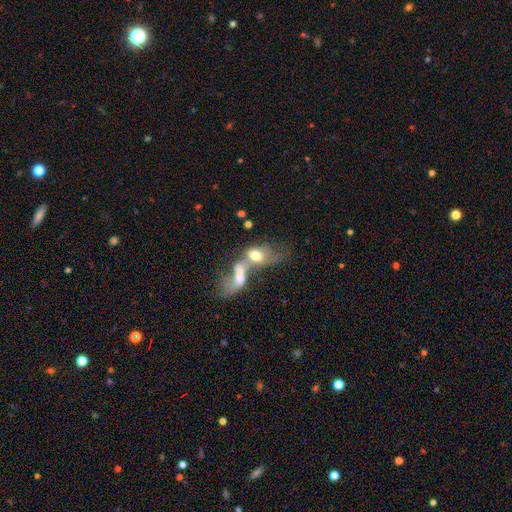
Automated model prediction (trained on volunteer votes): A smooth galaxy with no disk features (51%) that is in between round and cigar-shaped (79%).

Vote fractions:
- Smooth or featured? smooth: 51% / featured or disk: 39% / star or artifact: 11%
- How rounded? in between: 79% / round: 13% / cigar-shaped: 8%
- Merging? merger: 74% / major disturbance: 14% / none: 7% / minor disturbance: 5%